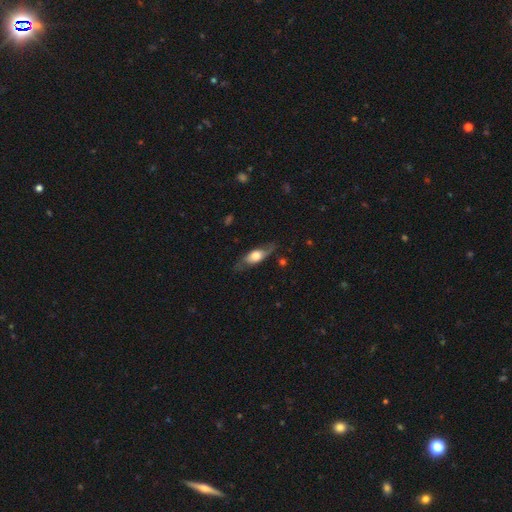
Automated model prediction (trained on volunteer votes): smooth_or_featured: featured or disk (p=0.50) [alt: smooth p=0.44]
merging: none (p=0.68) [alt: minor disturbance p=0.22]